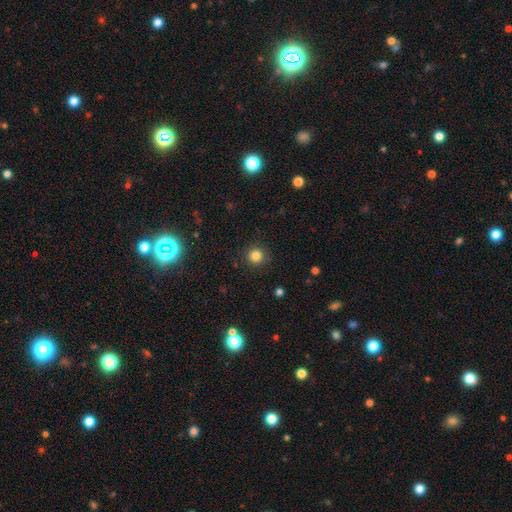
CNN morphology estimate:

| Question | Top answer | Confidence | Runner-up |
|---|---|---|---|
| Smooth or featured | smooth | 83% | star or artifact (12%) |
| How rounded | round | 94% | in between (5%) |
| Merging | none | 89% | minor disturbance (7%) |